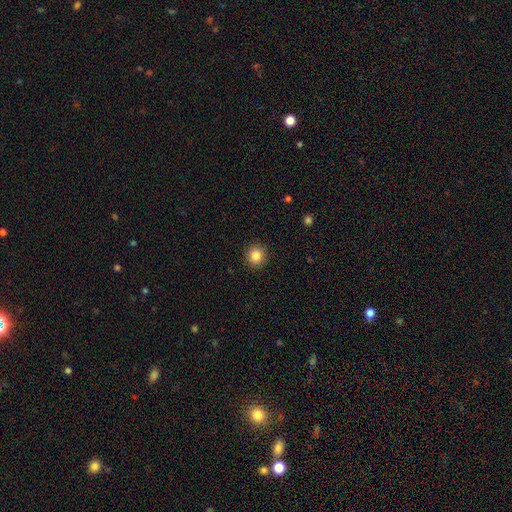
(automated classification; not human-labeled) smooth 84%, star or artifact 10%, featured or disk 6%. Down the decision tree: how rounded — round (91%); merging — none (92%).